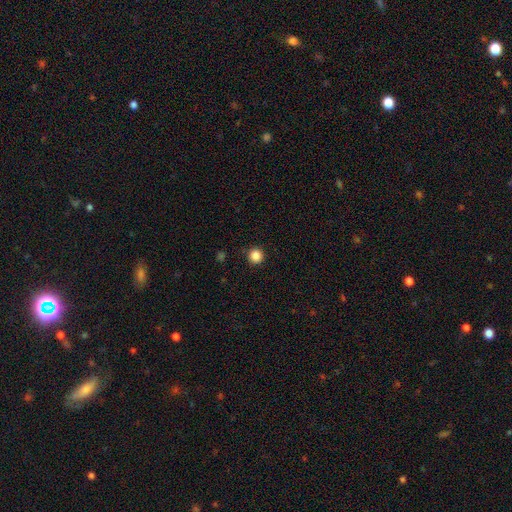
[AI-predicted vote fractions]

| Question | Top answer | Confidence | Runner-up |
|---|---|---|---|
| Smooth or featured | smooth | 86% | star or artifact (11%) |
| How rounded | round | 96% | in between (3%) |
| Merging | none | 92% | minor disturbance (5%) |